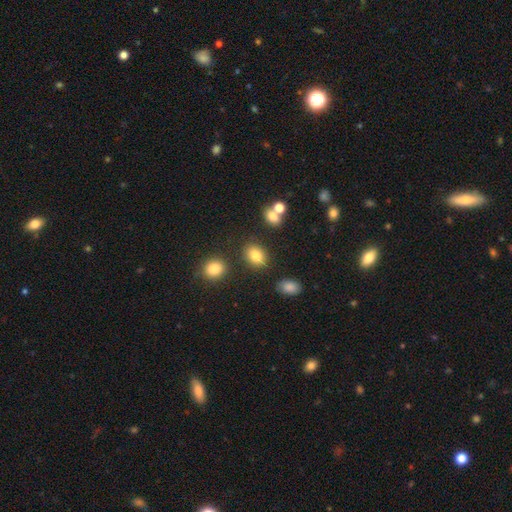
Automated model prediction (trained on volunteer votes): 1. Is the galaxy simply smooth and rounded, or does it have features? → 82% smooth, 11% star or artifact, 7% featured or disk.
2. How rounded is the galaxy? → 68% in between, 31% round, 1% cigar-shaped.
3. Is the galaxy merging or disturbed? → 80% none, 11% minor disturbance, 6% merger, 4% major disturbance.